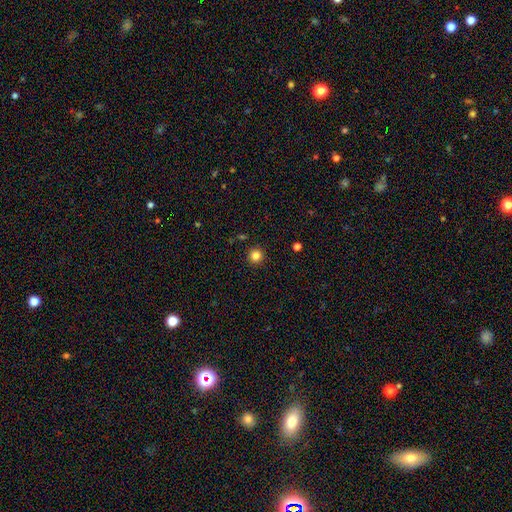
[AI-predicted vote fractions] Overall: smooth (83%). How rounded: round (95%). Merging: none (92%).